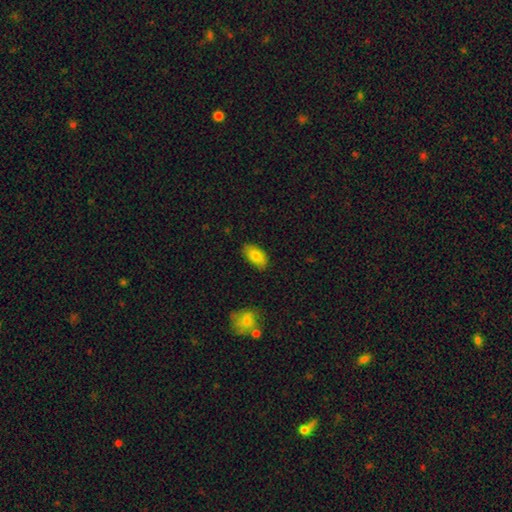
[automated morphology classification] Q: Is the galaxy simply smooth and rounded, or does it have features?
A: smooth — 84%.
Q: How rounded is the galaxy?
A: in between — 94%.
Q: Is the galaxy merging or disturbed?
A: none — 82%.